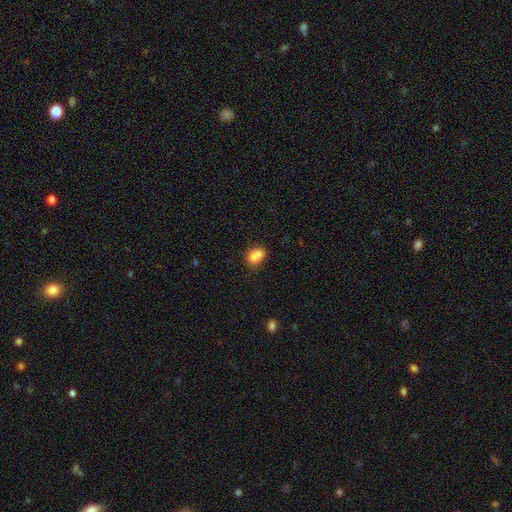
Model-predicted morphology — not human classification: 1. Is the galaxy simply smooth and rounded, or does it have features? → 80% smooth, 10% featured or disk, 10% star or artifact.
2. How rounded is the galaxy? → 68% in between, 30% round, 2% cigar-shaped.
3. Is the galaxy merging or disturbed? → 47% none, 30% merger, 17% minor disturbance, 5% major disturbance.